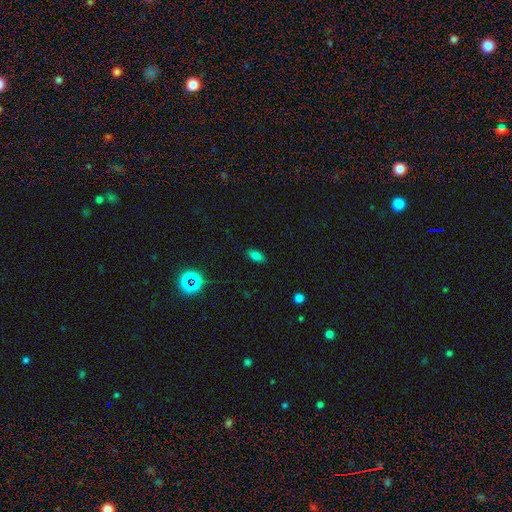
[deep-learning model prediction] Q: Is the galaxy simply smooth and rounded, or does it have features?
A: smooth — 75%.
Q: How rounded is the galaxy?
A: in between — 87%.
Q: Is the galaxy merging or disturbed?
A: none — 86%.